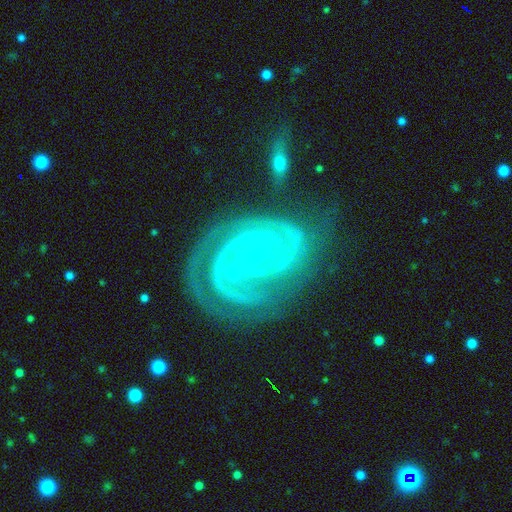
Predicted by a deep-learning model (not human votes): Overall: featured or disk (92%). Edge-on disk: no (98%). Bar: no (63%). Spiral arms: yes (98%). Spiral arm count: 2 (63%). Spiral winding: tight (78%). Bulge size: small (87%). Merging: none (59%; minor disturbance 20%).